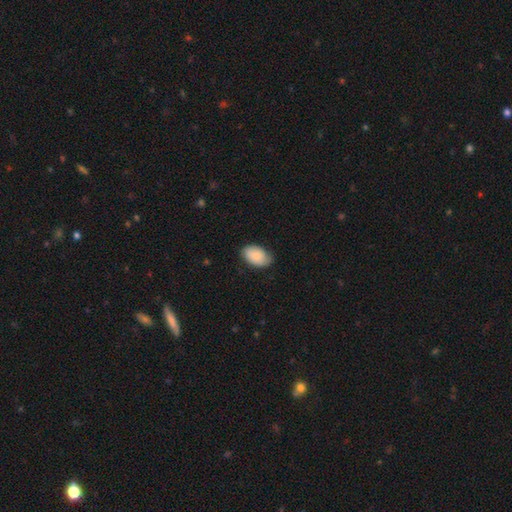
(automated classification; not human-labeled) Smooth or featured: smooth — 83% (featured or disk — 11%)
How rounded: in between — 93% (round — 6%)
Merging: none — 74% (minor disturbance — 21%)